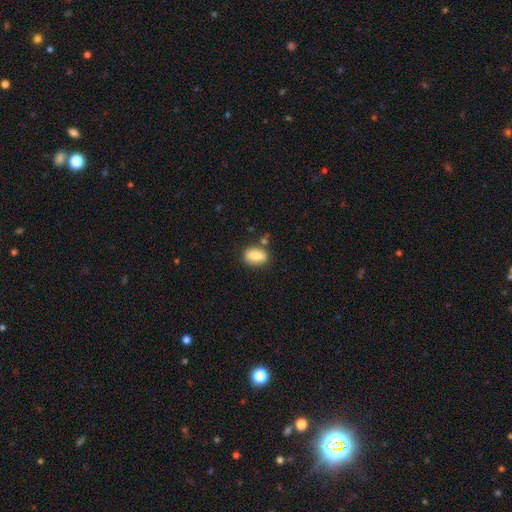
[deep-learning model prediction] A smooth galaxy with no disk features (79%) that is in between round and cigar-shaped (79%).

Vote fractions:
- Smooth or featured? smooth: 79% / featured or disk: 13% / star or artifact: 8%
- How rounded? in between: 79% / round: 17% / cigar-shaped: 4%
- Merging? none: 76% / minor disturbance: 14% / merger: 7% / major disturbance: 3%